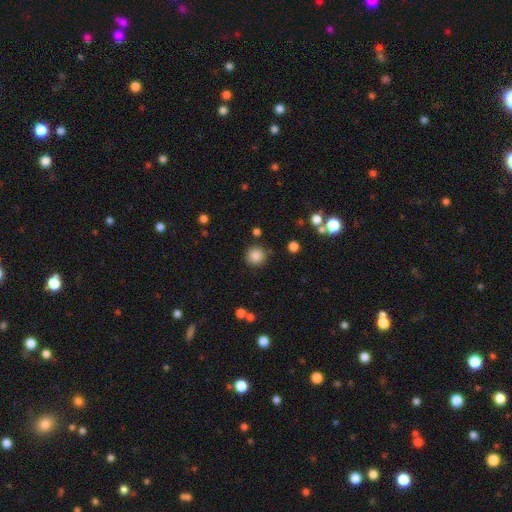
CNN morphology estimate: smooth 85%, star or artifact 11%, featured or disk 4%. Down the decision tree: how rounded — round (93%); merging — none (87%).